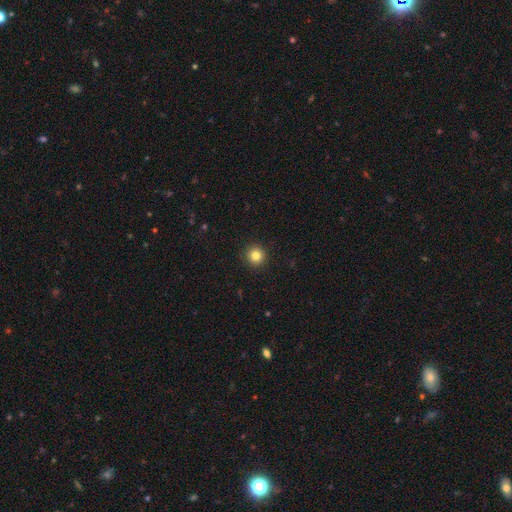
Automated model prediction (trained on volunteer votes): Q: Smooth or featured?
A: smooth (82%); runner-up: star or artifact (12%)
Q: How rounded?
A: round (95%); runner-up: in between (4%)
Q: Merging?
A: none (93%); runner-up: minor disturbance (5%)